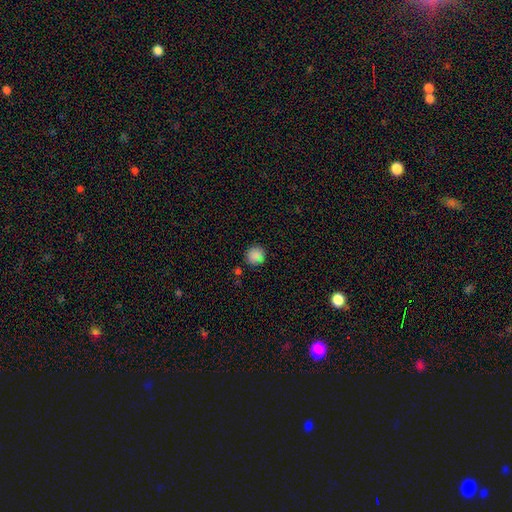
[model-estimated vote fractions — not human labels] Smooth or featured? smooth (87%)
How rounded? round (92%)
Merging? none (82%)